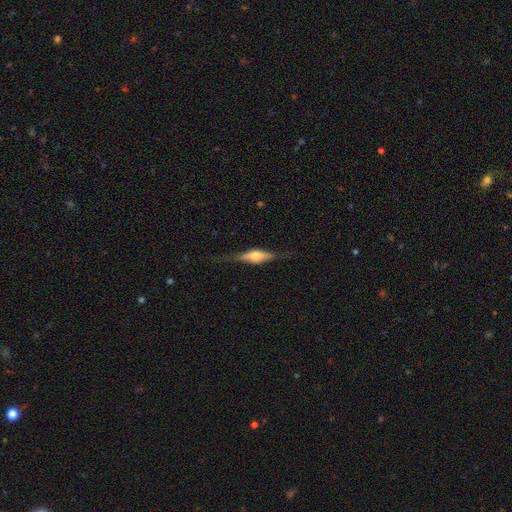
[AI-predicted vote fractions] A featured or disk galaxy (69%) viewed edge-on (95%) with a rounded central bulge (84%). Merging: none (77%).